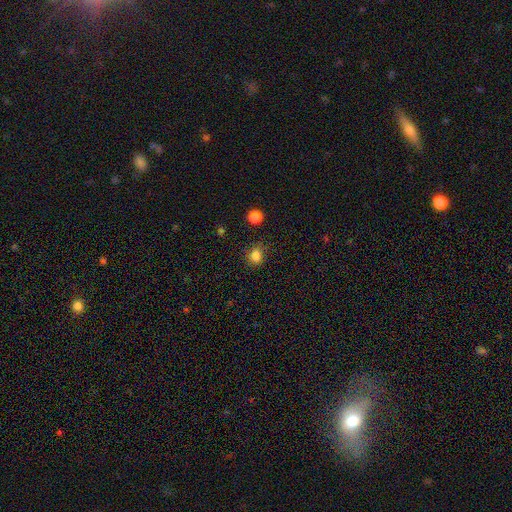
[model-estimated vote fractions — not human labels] smooth 82%, star or artifact 13%, featured or disk 5%. Down the decision tree: how rounded — round (74%); merging — none (84%).